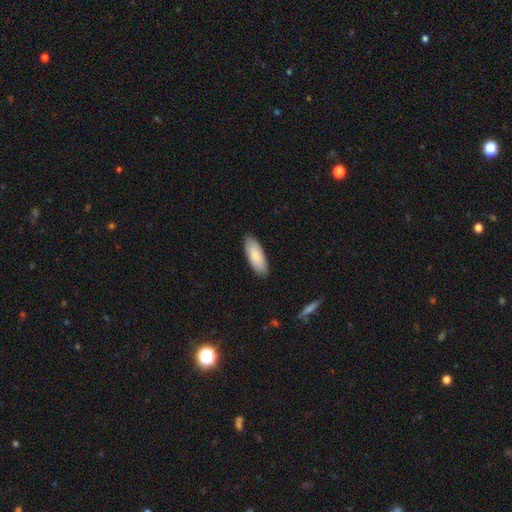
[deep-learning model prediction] smooth 83%, featured or disk 12%, star or artifact 5%. Down the decision tree: how rounded — in between (74%); merging — none (88%).